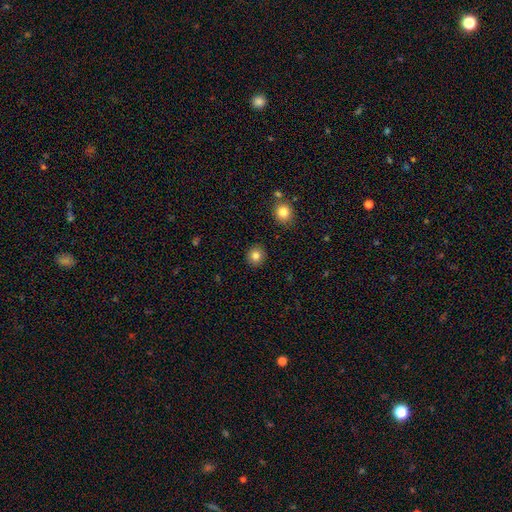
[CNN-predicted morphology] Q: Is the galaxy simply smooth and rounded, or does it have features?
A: smooth — 82%.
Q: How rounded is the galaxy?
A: round — 86%.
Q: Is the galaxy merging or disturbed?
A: none — 91%.